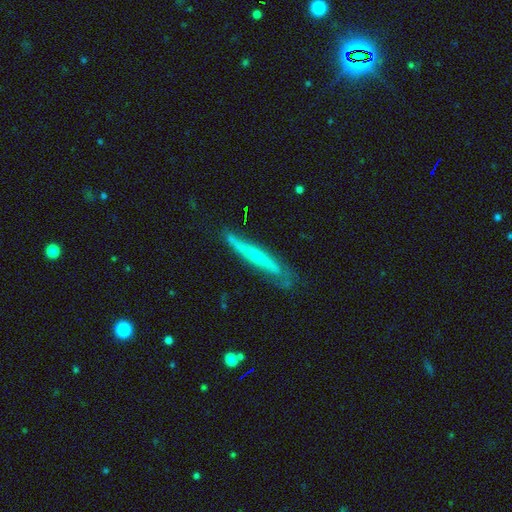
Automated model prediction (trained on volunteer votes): featured or disk 60%, smooth 34%, star or artifact 6%. Down the decision tree: edge-on disk — yes (87%); edge-on bulge — rounded (51%); merging — none (68%).